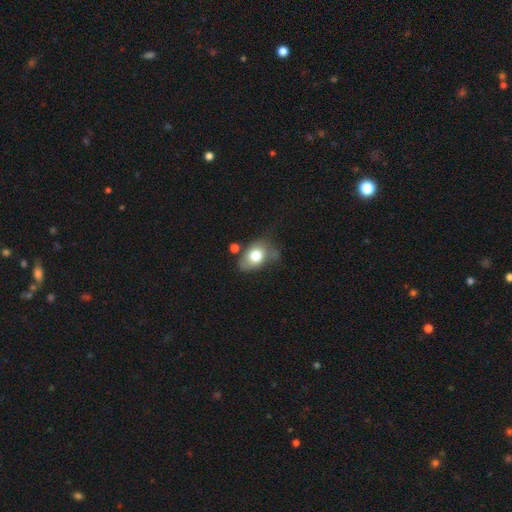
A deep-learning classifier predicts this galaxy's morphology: This is likely a smooth galaxy (72%). How rounded: likely in between (78%). Merging: marginally none (45%).